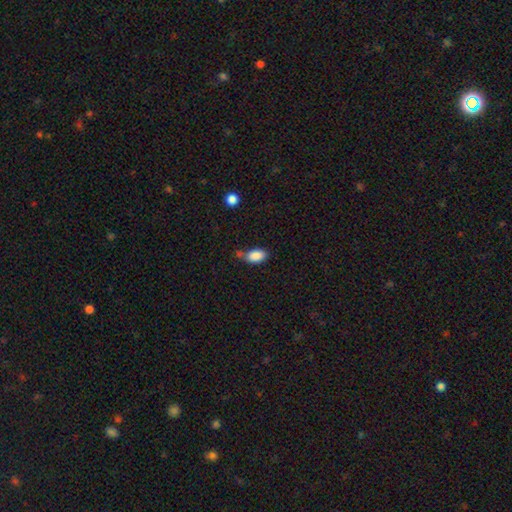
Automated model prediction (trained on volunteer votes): Overall: smooth (87%). How rounded: in between (92%). Merging: none (54%; minor disturbance 24%).